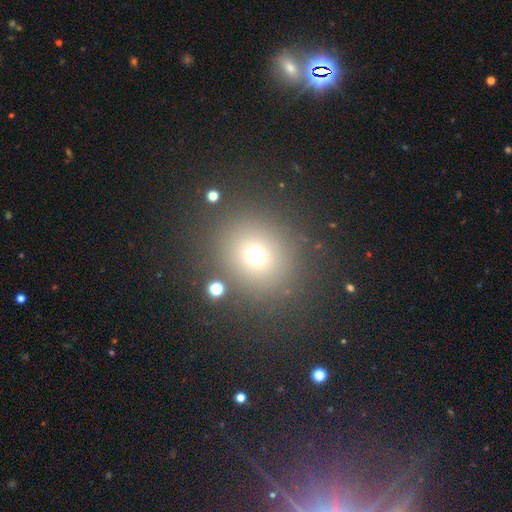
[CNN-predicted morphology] This appears to be a smooth galaxy with no disk features (65%) that is round (82%). Merging: none (86%).